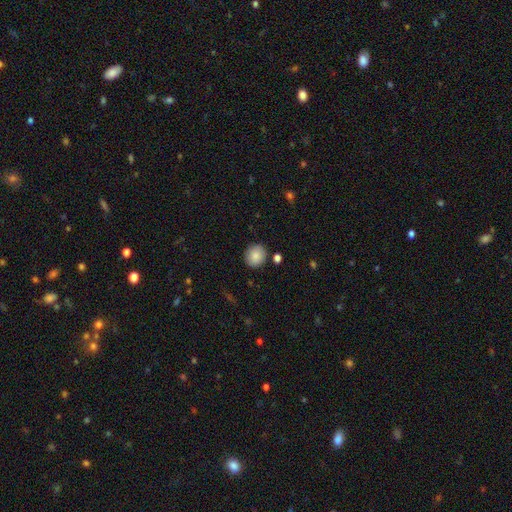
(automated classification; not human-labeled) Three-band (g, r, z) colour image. It shows a smooth galaxy with no disk features (87%) that is round (79%). Merging: none (87%).